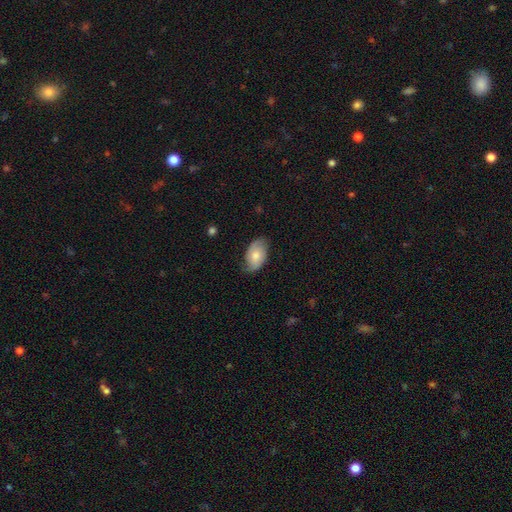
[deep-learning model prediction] This is possibly a smooth galaxy (51%). How rounded: clearly in between (90%). Merging: likely none (70%).